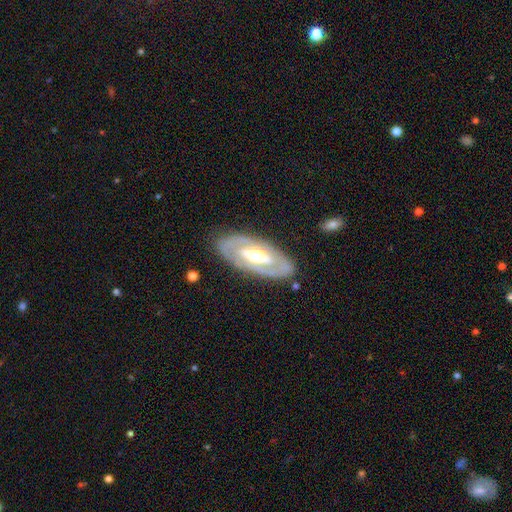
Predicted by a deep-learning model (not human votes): Morphology: type=featured or disk (77%); edge-on=no (88%); bar=no (37%); spiral arms=yes (53%); bulge=moderate (71%); merging=none (83%).